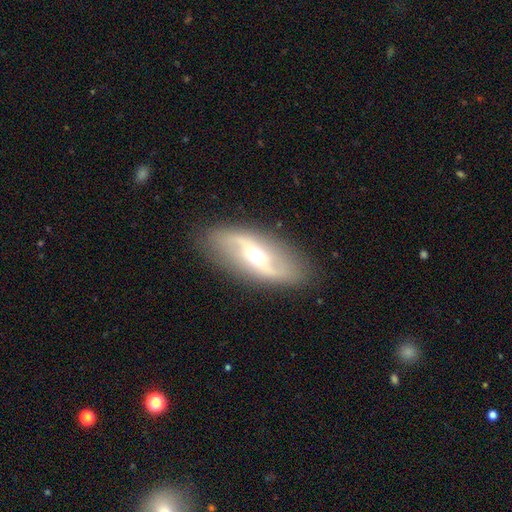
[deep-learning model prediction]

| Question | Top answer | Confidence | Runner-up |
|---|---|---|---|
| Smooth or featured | featured or disk | 78% | smooth (16%) |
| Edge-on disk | no | 90% | yes (10%) |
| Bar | weak | 41% | strong (32%) |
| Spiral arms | yes | 82% | no (18%) |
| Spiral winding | loose | 70% | medium (21%) |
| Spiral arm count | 2 | 91% | can't tell (4%) |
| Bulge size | moderate | 68% | small (22%) |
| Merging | none | 88% | minor disturbance (8%) |